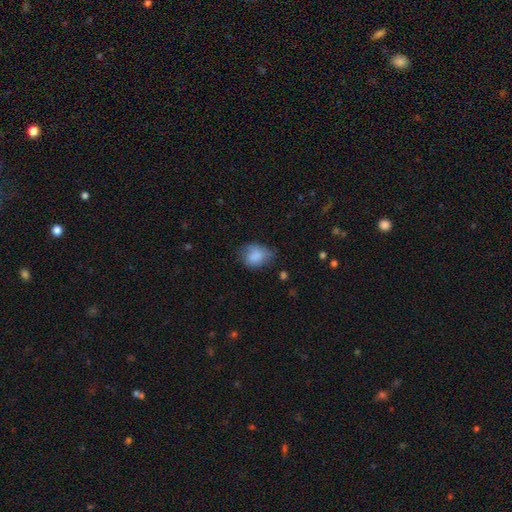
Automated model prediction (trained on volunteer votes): Smooth or featured? Predicted: smooth (p=0.83). How rounded? Predicted: in between (p=0.57). Merging? Predicted: none (p=0.53).